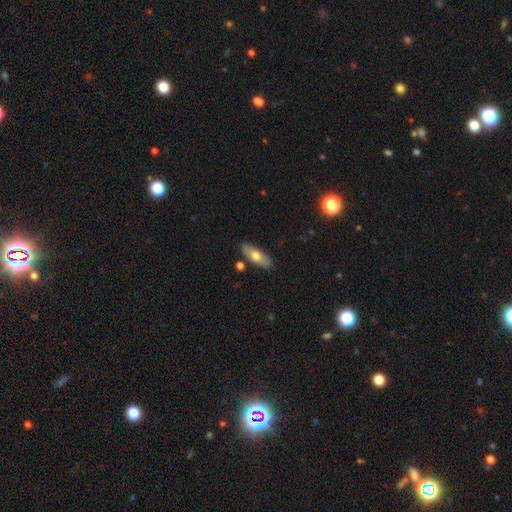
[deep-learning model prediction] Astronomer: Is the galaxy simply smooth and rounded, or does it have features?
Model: smooth — 64%.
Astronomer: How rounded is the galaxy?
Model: in between — 74%.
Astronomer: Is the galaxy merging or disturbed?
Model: none — 83%.